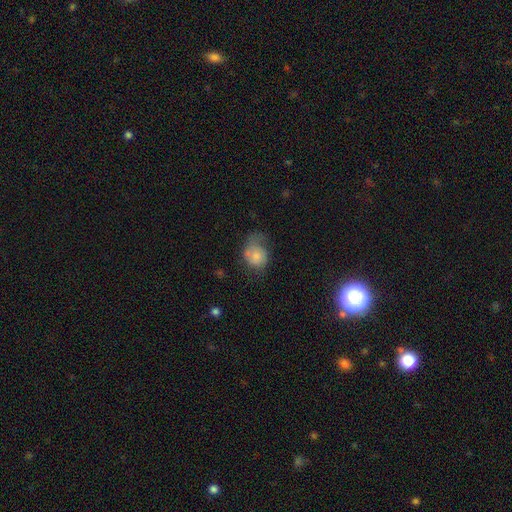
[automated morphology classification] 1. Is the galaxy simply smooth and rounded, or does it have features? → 61% smooth, 30% featured or disk, 9% star or artifact.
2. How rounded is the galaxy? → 53% round, 46% in between, 1% cigar-shaped.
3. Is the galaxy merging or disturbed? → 31% none (tied), 31% major disturbance (tied), 31% minor disturbance (tied), 6% merger.